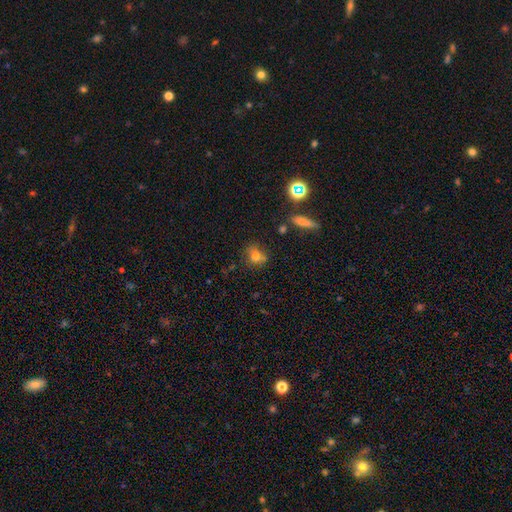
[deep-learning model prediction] smooth_or_featured: smooth (p=0.71) [alt: star or artifact p=0.15]
how_rounded: round (p=0.63) [alt: in between p=0.34]
merging: none (p=0.63) [alt: minor disturbance p=0.19]